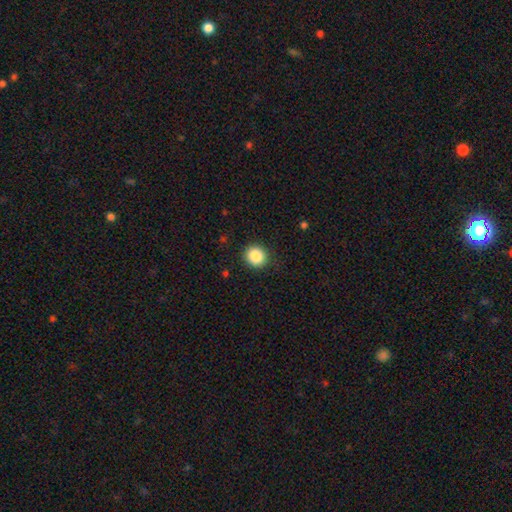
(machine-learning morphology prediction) smooth-or-featured: smooth: 87% | star or artifact: 9% | featured or disk: 4%
  how-rounded: round: 90% | in between: 9% | cigar-shaped: 1%
  merging: none: 90% | minor disturbance: 7% | major disturbance: 2% | merger: 1%